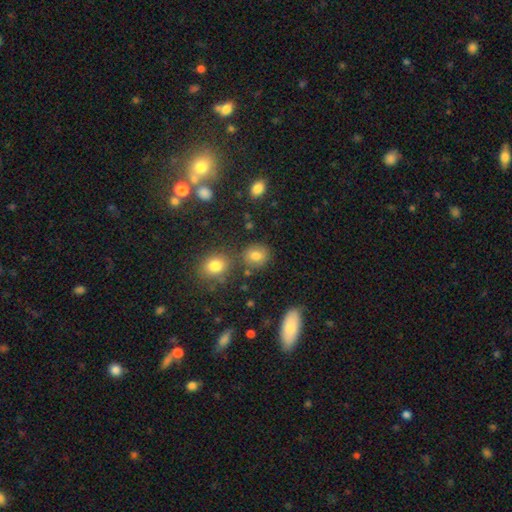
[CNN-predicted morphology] A smooth galaxy with no disk features (78%) that is round (74%).

Vote fractions:
- Smooth or featured? smooth: 78% / star or artifact: 13% / featured or disk: 8%
- How rounded? round: 74% / in between: 25% / cigar-shaped: 1%
- Merging? none: 74% / minor disturbance: 13% / merger: 9% / major disturbance: 4%